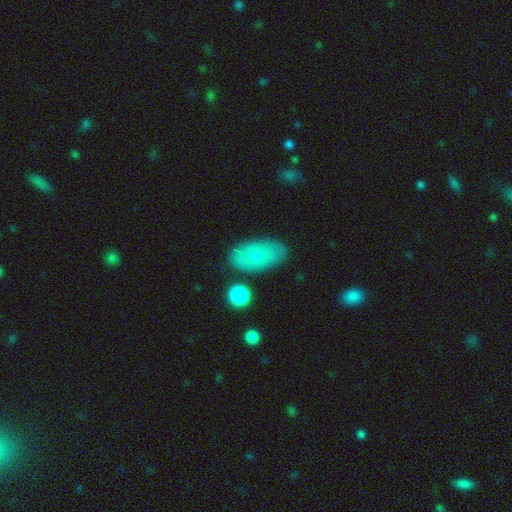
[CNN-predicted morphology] Smooth or featured: smooth — 66% (featured or disk — 27%)
How rounded: in between — 93% (round — 5%)
Merging: none — 77% (minor disturbance — 16%)